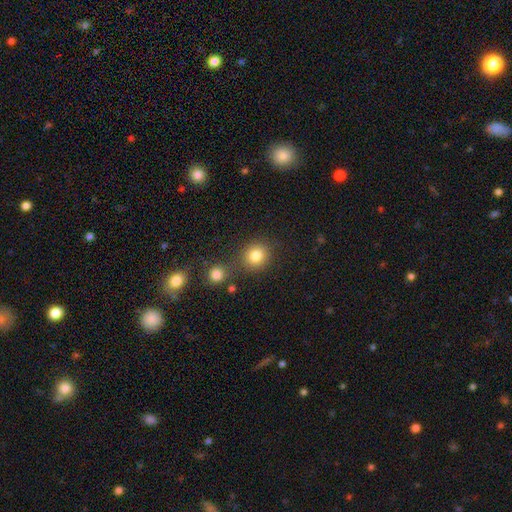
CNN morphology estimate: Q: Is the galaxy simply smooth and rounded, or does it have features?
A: smooth — 82%.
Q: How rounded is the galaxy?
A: round — 86%.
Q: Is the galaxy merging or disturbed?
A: none — 73%.